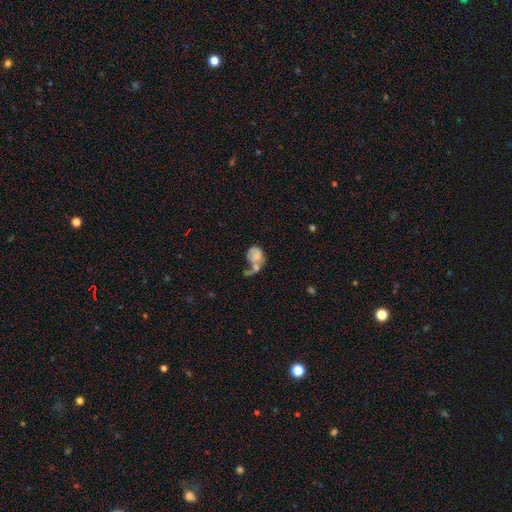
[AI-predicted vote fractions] smooth_or_featured: smooth (p=0.62) [alt: featured or disk p=0.28]
how_rounded: in between (p=0.58) [alt: round p=0.41]
merging: merger (p=0.41) [alt: major disturbance p=0.24]